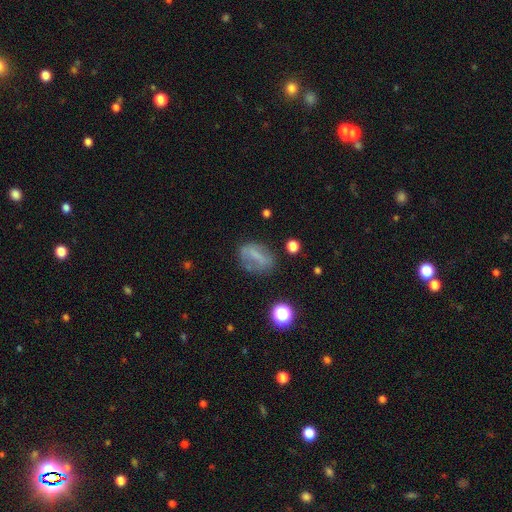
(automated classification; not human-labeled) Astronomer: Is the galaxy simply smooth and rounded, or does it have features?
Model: smooth — 51% (runner-up: featured or disk, 34%).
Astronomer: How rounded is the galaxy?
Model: in between — 67%.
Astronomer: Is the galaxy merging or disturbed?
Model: none — 64%.